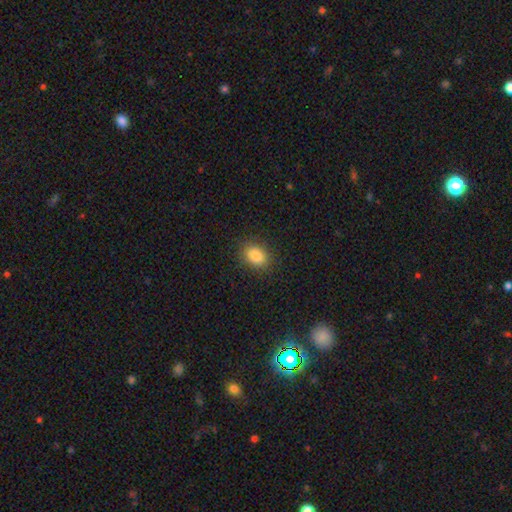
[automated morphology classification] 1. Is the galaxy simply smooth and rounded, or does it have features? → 86% smooth, 9% star or artifact, 5% featured or disk.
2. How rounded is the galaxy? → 72% in between, 27% round, 1% cigar-shaped.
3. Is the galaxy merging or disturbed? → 87% none, 9% minor disturbance, 3% major disturbance, 1% merger.